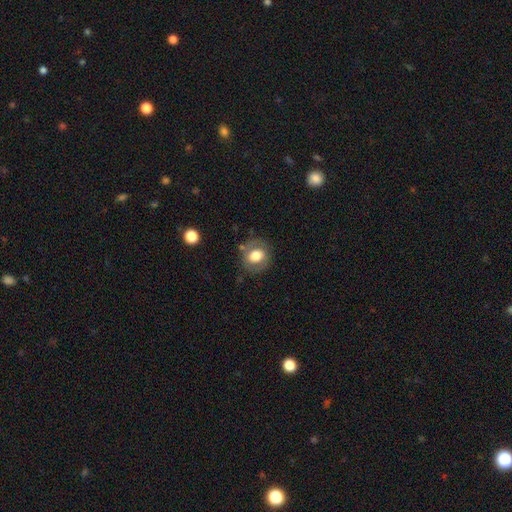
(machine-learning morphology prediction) This is likely a smooth galaxy (64%). How rounded: likely round (68%). Merging: likely none (72%).